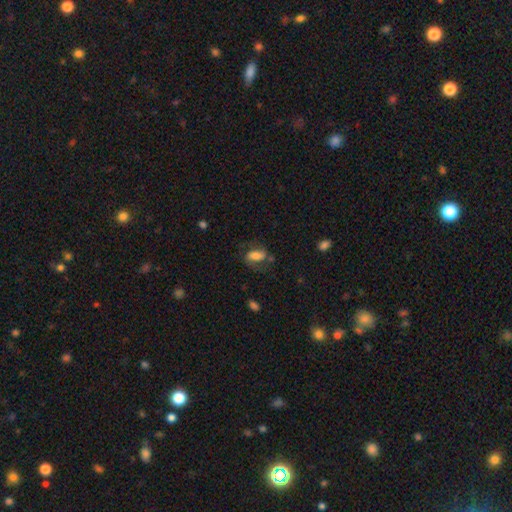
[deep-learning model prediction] A smooth galaxy with no disk features (54%) that is in between round and cigar-shaped (85%). Merging: none (57%).